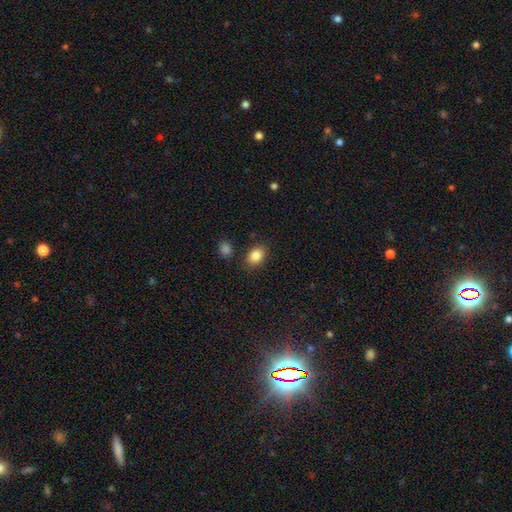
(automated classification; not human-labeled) The model was most divided on "how rounded": in between: 74%, round: 25%, cigar-shaped: 1%. More confident: smooth or featured — smooth (86%); merging — none (82%).